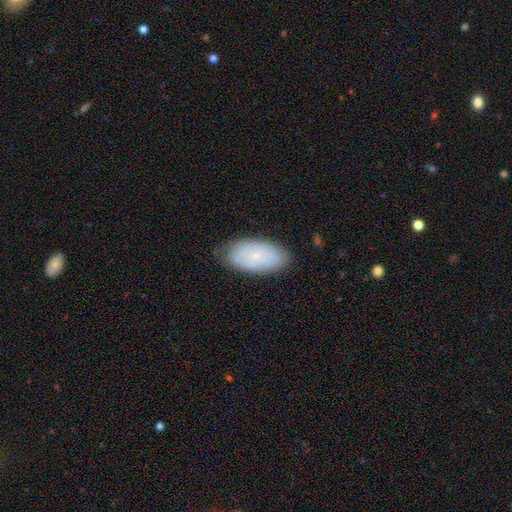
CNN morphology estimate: Q: Smooth or featured?
A: smooth (63%); runner-up: featured or disk (29%)
Q: How rounded?
A: in between (94%); runner-up: cigar-shaped (3%)
Q: Merging?
A: none (77%); runner-up: minor disturbance (18%)